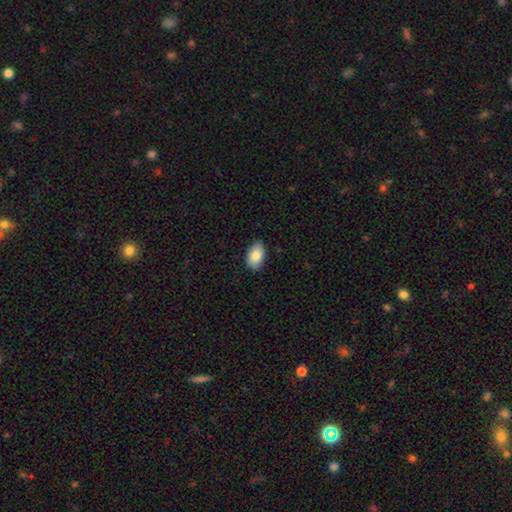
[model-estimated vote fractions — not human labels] Smooth or featured? Predicted: smooth (p=0.86). How rounded? Predicted: in between (p=0.93). Merging? Predicted: none (p=0.85).